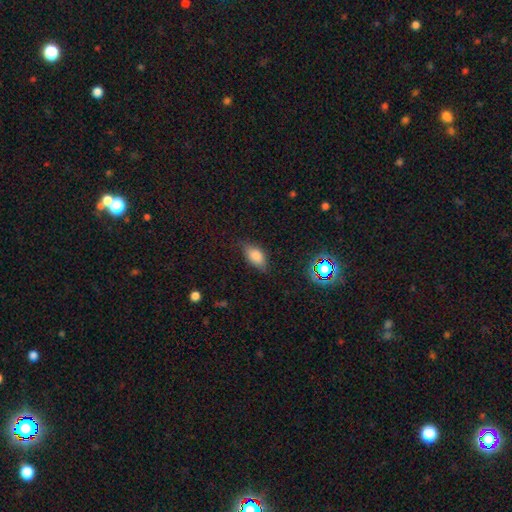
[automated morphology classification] Smooth or featured?
  - smooth: 80% *
  - star or artifact: 10%
  - featured or disk: 9%
How rounded?
  - in between: 88% *
  - round: 7%
  - cigar-shaped: 6%
Merging?
  - none: 72% *
  - minor disturbance: 21%
  - major disturbance: 5%
  - merger: 1%